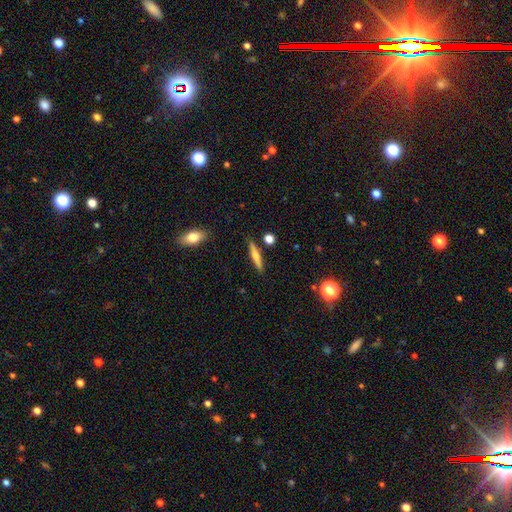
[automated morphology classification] type=smooth (51%); roundness=cigar-shaped (86%); merging=none (87%).